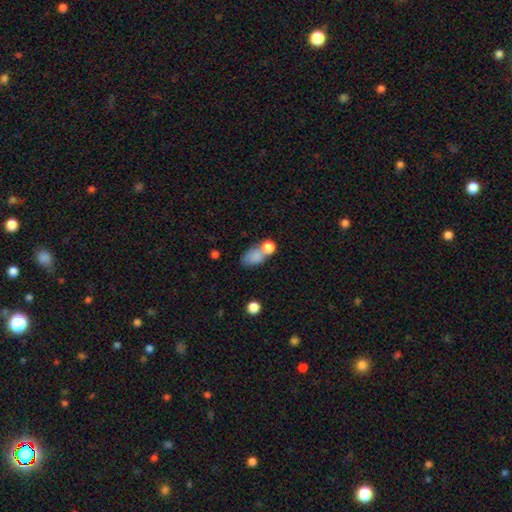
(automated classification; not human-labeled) Smooth or featured? smooth (79%)
How rounded? in between (81%)
Merging? merger (38%)